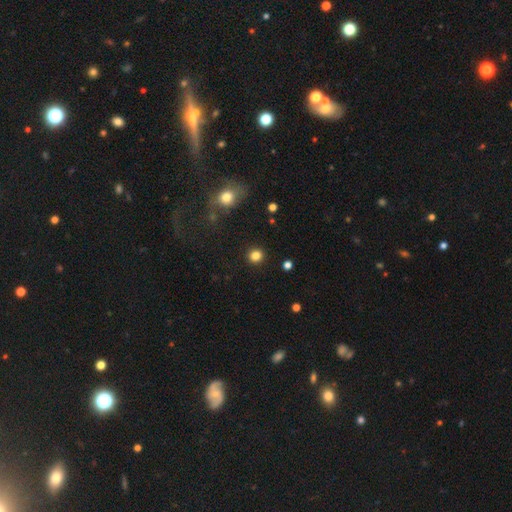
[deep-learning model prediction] smooth 83%, star or artifact 12%, featured or disk 4%. Down the decision tree: how rounded — round (89%); merging — none (92%).